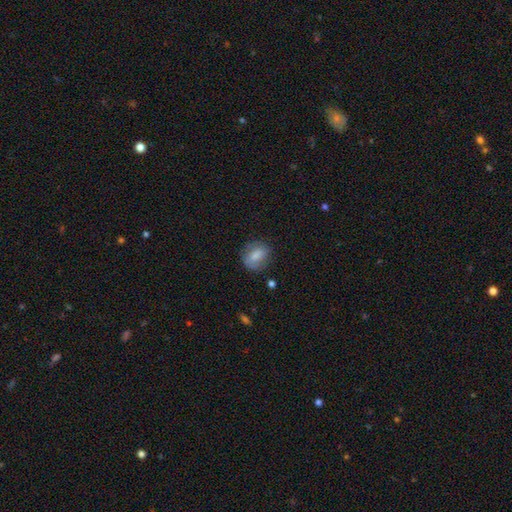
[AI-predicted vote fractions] A smooth galaxy with no disk features (75%) that is in between round and cigar-shaped (53%). Merging: none (69%).